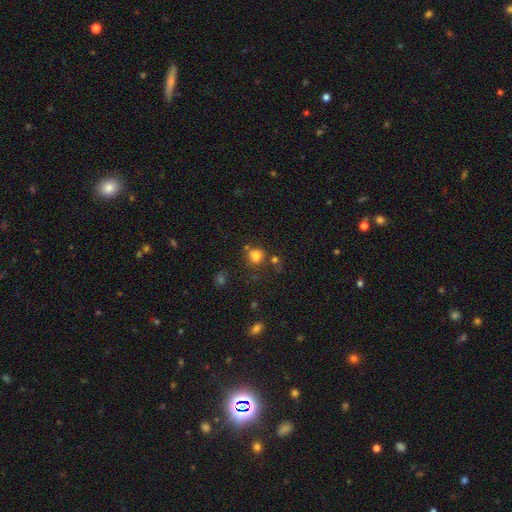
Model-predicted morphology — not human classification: A smooth galaxy with no disk features (77%) that is round (74%). Merging: none (58%).